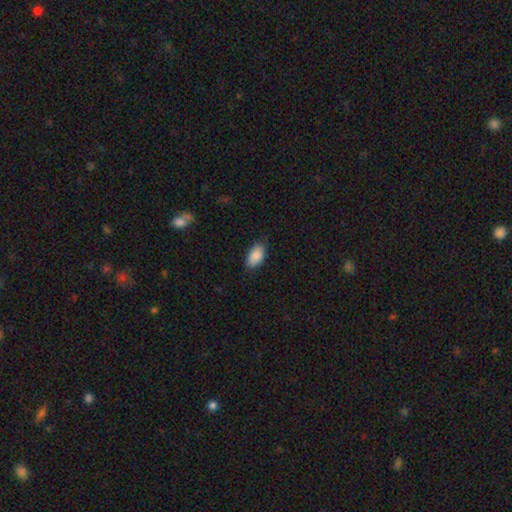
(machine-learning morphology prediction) This appears to be a smooth galaxy with no disk features (87%) that is in between round and cigar-shaped (94%). Merging: none (81%).